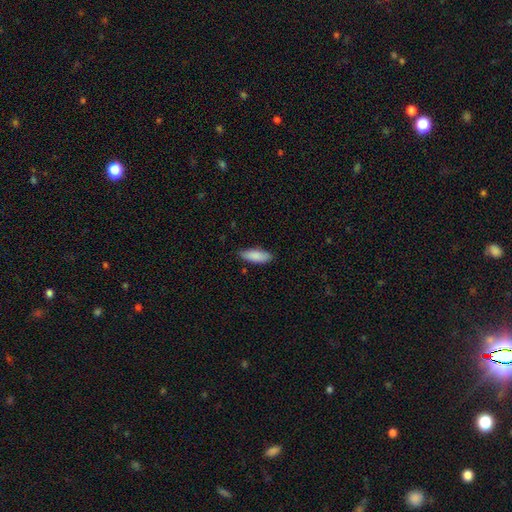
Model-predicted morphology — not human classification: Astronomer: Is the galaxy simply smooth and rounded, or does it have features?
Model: smooth — 88%.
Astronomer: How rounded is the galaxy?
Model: in between — 72%.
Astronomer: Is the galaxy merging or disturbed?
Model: none — 80%.